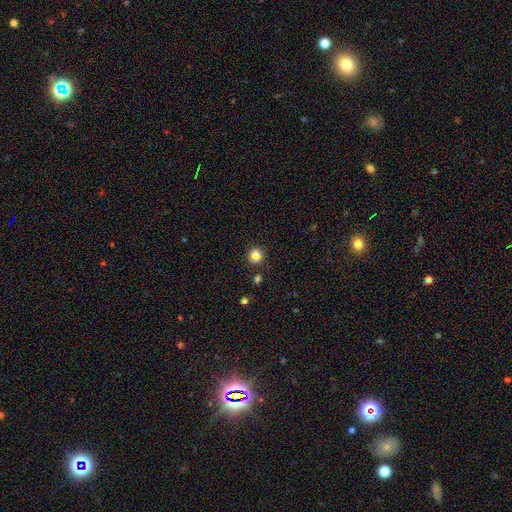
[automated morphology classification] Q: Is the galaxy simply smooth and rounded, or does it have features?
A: smooth — 78%.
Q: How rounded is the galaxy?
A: round — 90%.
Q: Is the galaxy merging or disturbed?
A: none — 75%.